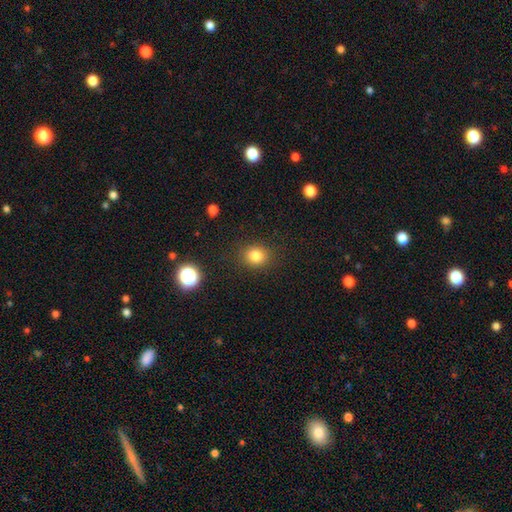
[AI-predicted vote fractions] Morphology: type=smooth (82%); roundness=round (73%); merging=none (88%).